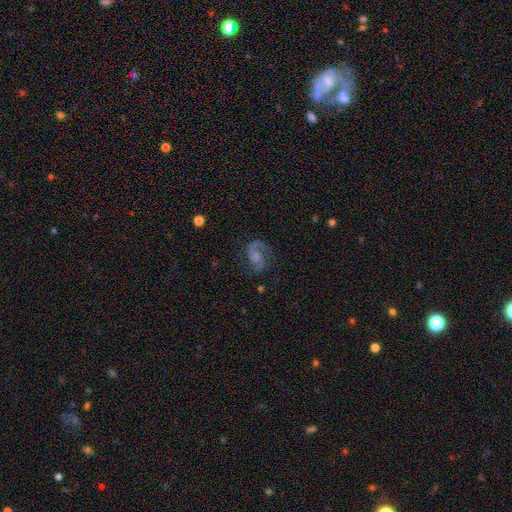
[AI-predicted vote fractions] This appears to be a featured or disk galaxy (79%) with no bar (57%), 2 (77%) medium (50%) spiral arms (95%) and a small central bulge (35%). Merging: none (65%).